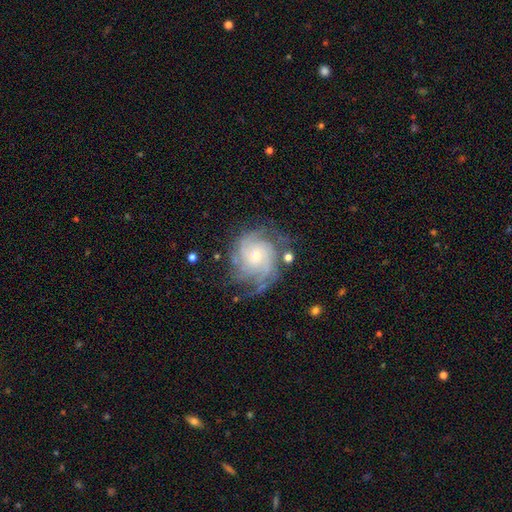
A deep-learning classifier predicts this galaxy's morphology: Q: Smooth or featured?
A: featured or disk (85%); runner-up: smooth (8%)
Q: Edge-on disk?
A: no (98%); runner-up: yes (2%)
Q: Bar?
A: no (74%); runner-up: weak (22%)
Q: Spiral arms?
A: yes (96%); runner-up: no (4%)
Q: Spiral winding?
A: tight (64%); runner-up: medium (29%)
Q: Spiral arm count?
A: can't tell (28%); runner-up: 3 (23%)
Q: Bulge size?
A: small (52%); runner-up: moderate (42%)
Q: Merging?
A: none (69%); runner-up: minor disturbance (18%)